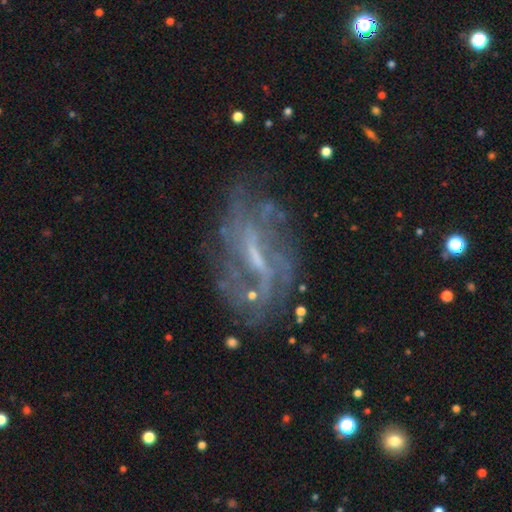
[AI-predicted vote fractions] Morphology: type=featured or disk (79%); edge-on=no (92%); bar=weak (45%); spiral arms=yes (75%); winding=medium (37%); arm count=can't tell (48%); bulge=small (45%); merging=none (59%).